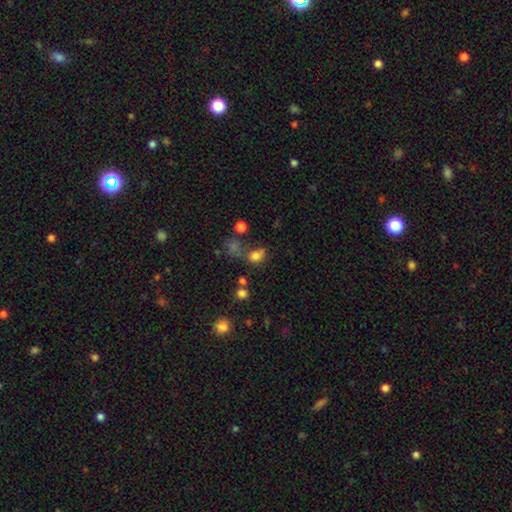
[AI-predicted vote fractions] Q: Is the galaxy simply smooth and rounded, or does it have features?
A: smooth — 75%.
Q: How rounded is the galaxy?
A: in between — 56%.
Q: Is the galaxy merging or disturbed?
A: none — 50%.